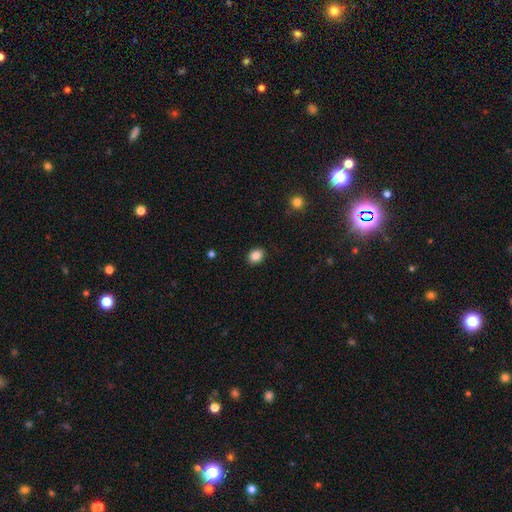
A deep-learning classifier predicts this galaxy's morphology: smooth_or_featured: smooth (p=0.86) [alt: star or artifact p=0.10]
how_rounded: in between (p=0.54) [alt: round p=0.45]
merging: none (p=0.89) [alt: minor disturbance p=0.08]